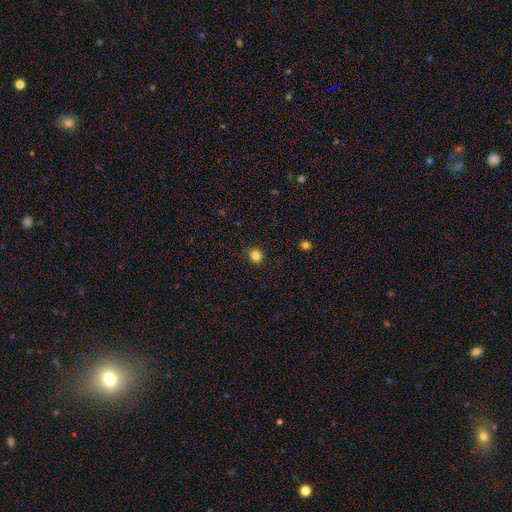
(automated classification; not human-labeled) smooth 83%, star or artifact 12%, featured or disk 4%. Down the decision tree: how rounded — round (83%); merging — none (88%).